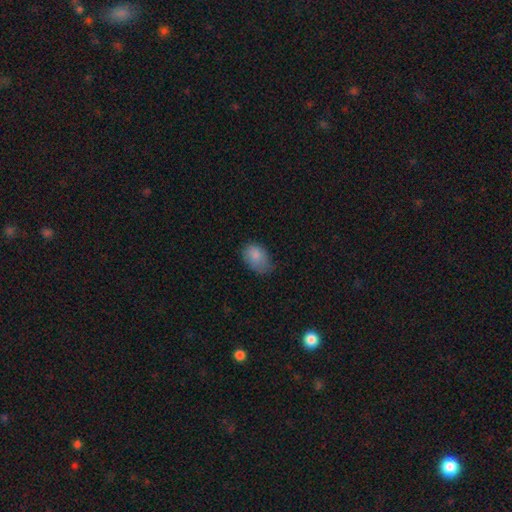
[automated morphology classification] Smooth or featured?
  - smooth: 84% *
  - featured or disk: 8%
  - star or artifact: 8%
How rounded?
  - in between: 81% *
  - round: 18%
  - cigar-shaped: 1%
Merging?
  - none: 51% *
  - minor disturbance: 38%
  - major disturbance: 10%
  - merger: 1%